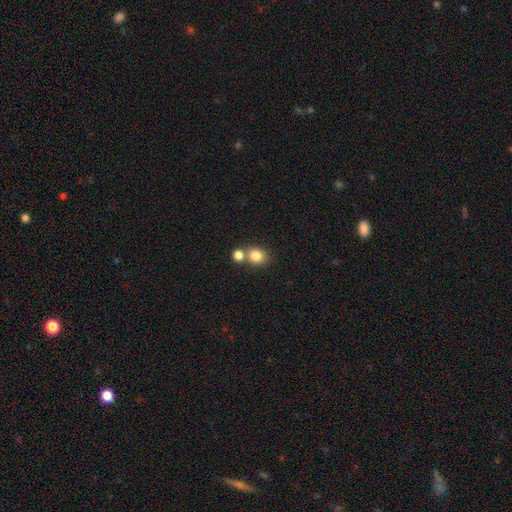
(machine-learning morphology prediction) A smooth galaxy with no disk features (82%) that is round (70%).

Vote fractions:
- Smooth or featured? smooth: 82% / star or artifact: 10% / featured or disk: 7%
- How rounded? round: 70% / in between: 29% / cigar-shaped: 1%
- Merging? none: 54% / merger: 34% / minor disturbance: 9% / major disturbance: 3%